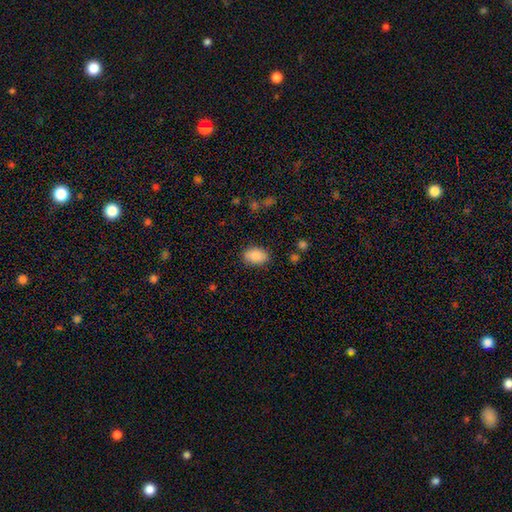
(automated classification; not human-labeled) A smooth galaxy with no disk features (87%) that is in between round and cigar-shaped (84%). Merging: none (83%).